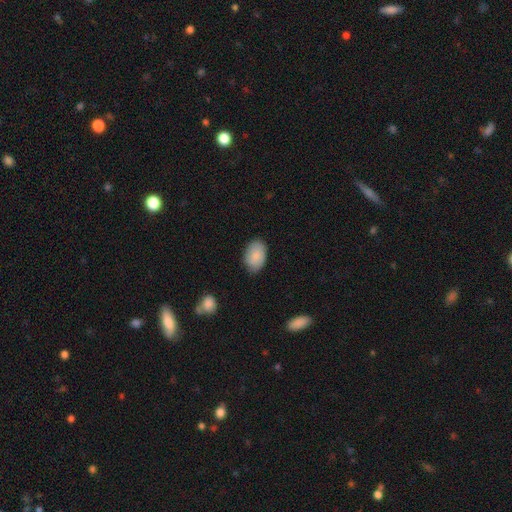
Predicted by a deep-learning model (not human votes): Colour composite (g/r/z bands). It shows a smooth galaxy with no disk features (85%) that is in between round and cigar-shaped (88%). Merging: none (81%).